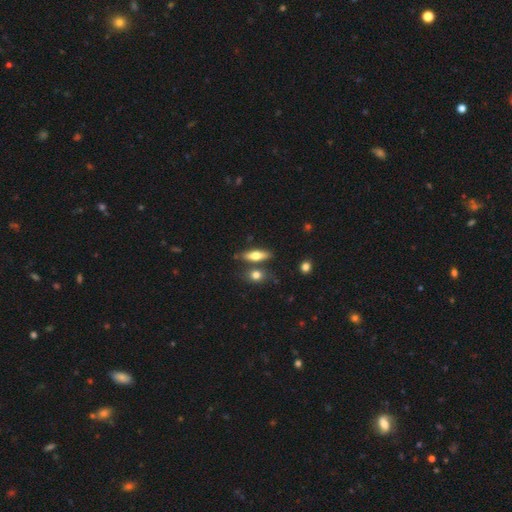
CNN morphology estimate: Smooth or featured?
  - smooth: 57% *
  - featured or disk: 37%
  - star or artifact: 7%
How rounded?
  - cigar-shaped: 51% *
  - in between: 45%
  - round: 4%
Merging?
  - none: 71% *
  - merger: 13%
  - minor disturbance: 12%
  - major disturbance: 3%